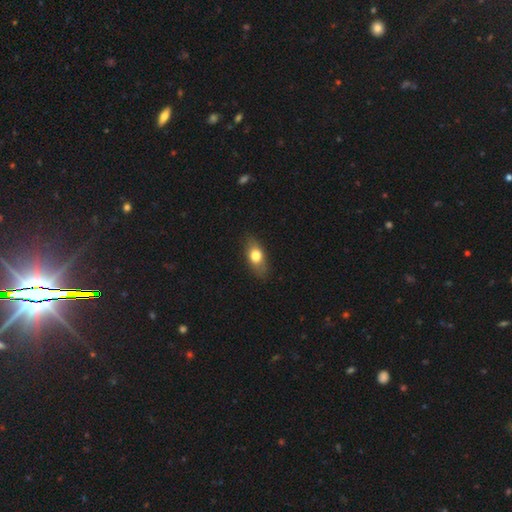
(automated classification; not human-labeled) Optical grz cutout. It shows a smooth galaxy with no disk features (72%) that is in between round and cigar-shaped (78%). Merging: none (82%).